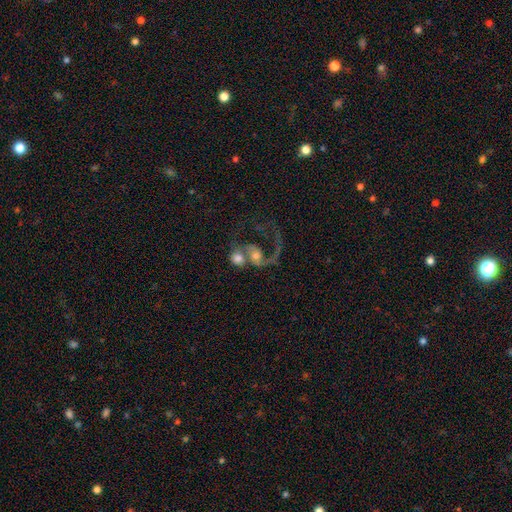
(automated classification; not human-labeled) smooth-or-featured: featured or disk: 58% | smooth: 33% | star or artifact: 9%
  disk-edge-on: no: 97% | yes: 3%
    bar: no: 72% | weak: 23% | strong: 6%
    has-spiral-arms: yes: 74% | no: 26%
    bulge-size: moderate: 50% | small: 20% | large: 19% | none: 7% | dominant: 4%
  merging: merger: 65% | major disturbance: 17% | none: 12% | minor disturbance: 5%